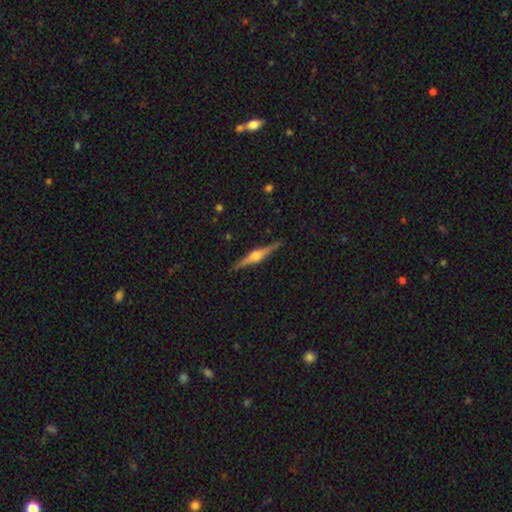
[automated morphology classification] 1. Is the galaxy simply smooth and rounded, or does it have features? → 82% featured or disk, 12% smooth, 6% star or artifact.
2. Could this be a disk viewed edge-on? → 98% yes, 2% no.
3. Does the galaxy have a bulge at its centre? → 92% rounded, 6% boxy, 2% none.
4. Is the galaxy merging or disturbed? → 91% none, 7% minor disturbance, 1% major disturbance, 1% merger.